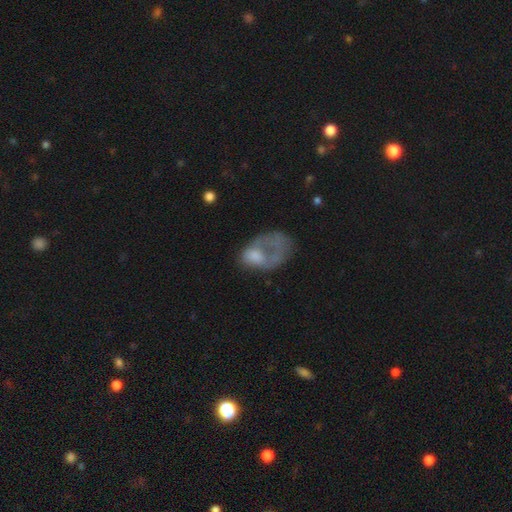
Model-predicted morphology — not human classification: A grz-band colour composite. It shows a smooth galaxy with no disk features (48%). Merging: major disturbance (56%).